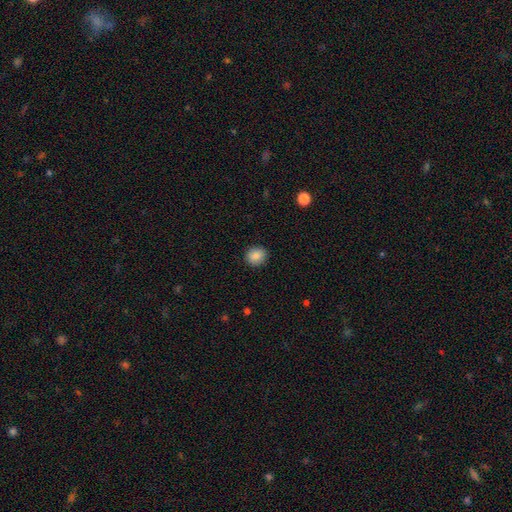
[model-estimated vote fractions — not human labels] A smooth galaxy with no disk features (87%) that is round (75%).

Vote fractions:
- Smooth or featured? smooth: 87% / star or artifact: 9% / featured or disk: 4%
- How rounded? round: 75% / in between: 24% / cigar-shaped: 1%
- Merging? none: 90% / minor disturbance: 7% / major disturbance: 2% / merger: 1%